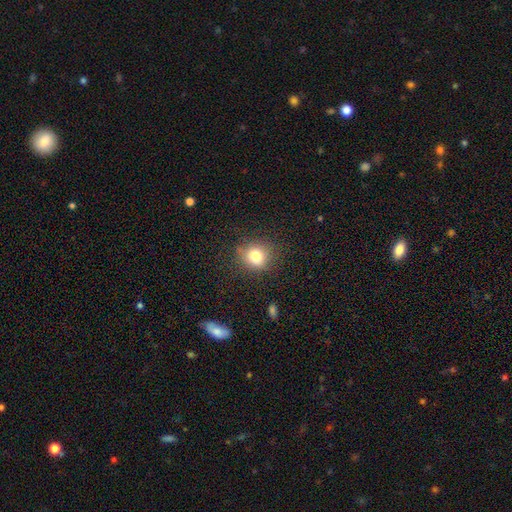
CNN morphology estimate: Q: Smooth or featured?
A: smooth (79%); runner-up: star or artifact (12%)
Q: How rounded?
A: round (79%); runner-up: in between (20%)
Q: Merging?
A: none (80%); runner-up: minor disturbance (14%)